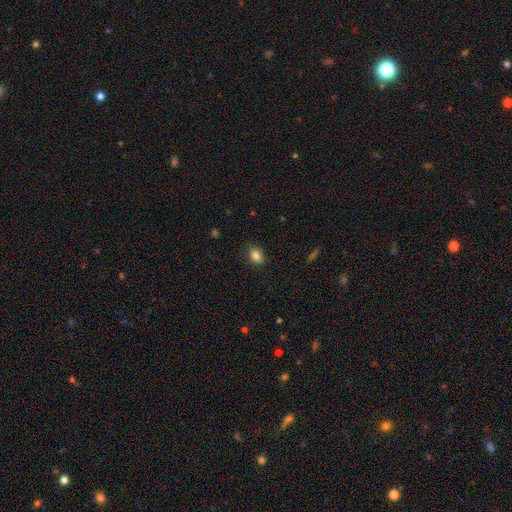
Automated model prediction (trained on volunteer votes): Morphology: type=smooth (85%); roundness=in between (65%); merging=none (84%).